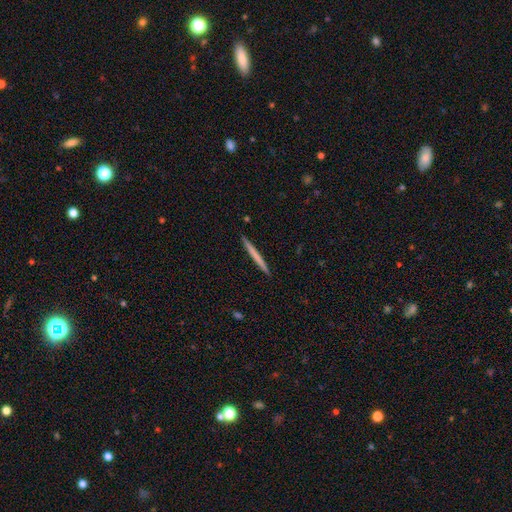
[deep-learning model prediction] Smooth or featured? smooth (61%)
How rounded? cigar-shaped (97%)
Merging? none (93%)